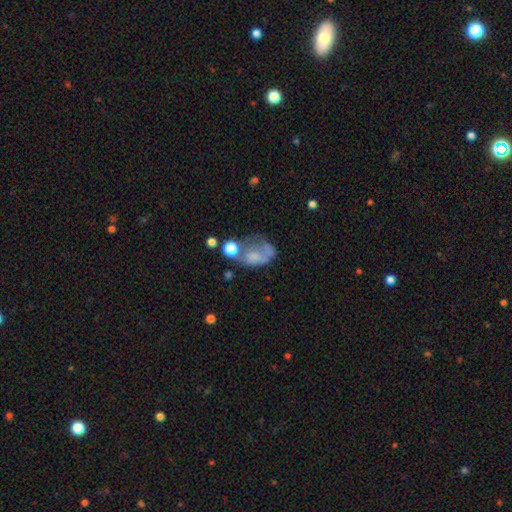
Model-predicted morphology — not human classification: Q: Smooth or featured?
A: smooth (47%); runner-up: featured or disk (38%)
Q: Merging?
A: major disturbance (35%); runner-up: none (23%)